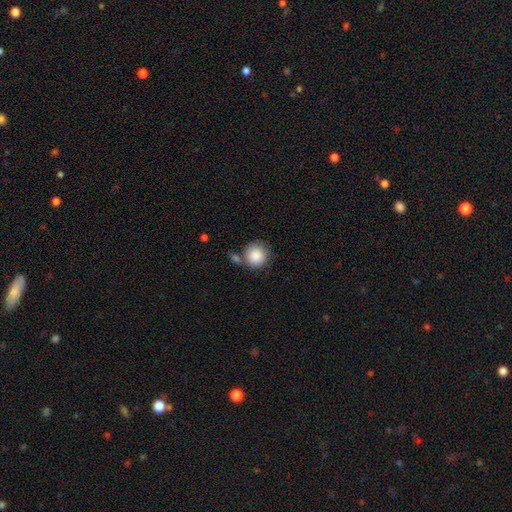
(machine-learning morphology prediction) Smooth or featured? Predicted: smooth (p=0.88). How rounded? Predicted: round (p=0.93). Merging? Predicted: none (p=0.67).